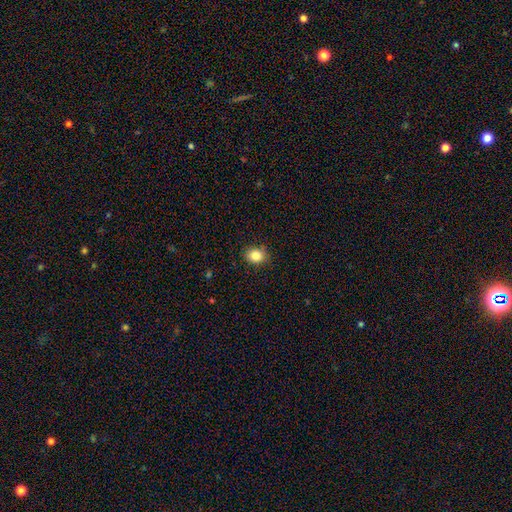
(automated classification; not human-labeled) smooth 84%, star or artifact 10%, featured or disk 6%. Down the decision tree: how rounded — round (50%); merging — none (87%).